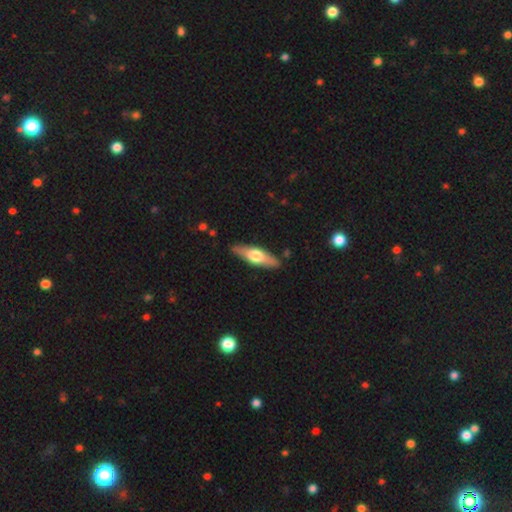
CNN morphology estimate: Overall: featured or disk (51%; smooth 44%). Edge-on disk: yes (90%). Merging: none (88%).